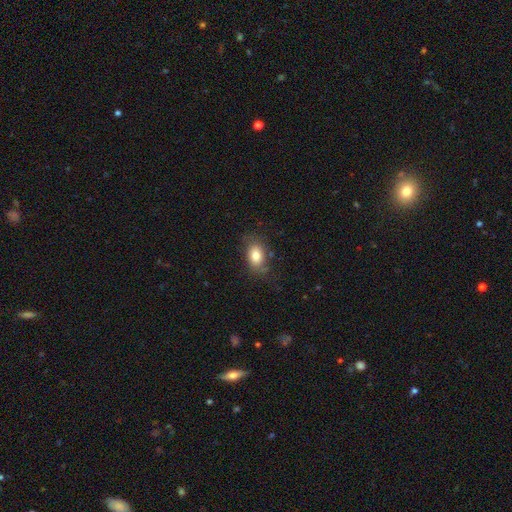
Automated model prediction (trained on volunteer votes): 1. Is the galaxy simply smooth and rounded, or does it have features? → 81% smooth, 10% featured or disk, 9% star or artifact.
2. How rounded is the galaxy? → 81% in between, 17% round, 2% cigar-shaped.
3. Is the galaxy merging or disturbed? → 74% none, 19% minor disturbance, 6% major disturbance, 2% merger.